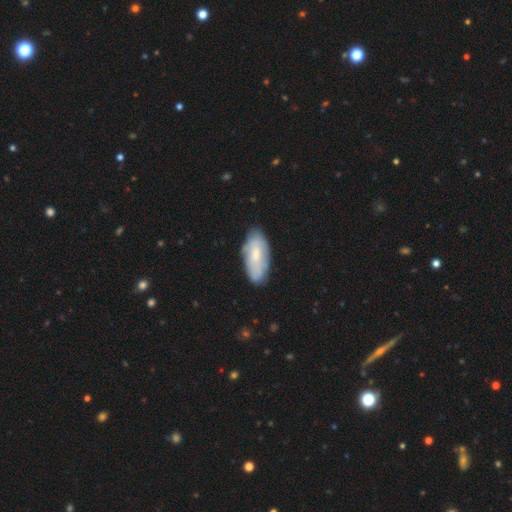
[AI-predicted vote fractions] A smooth galaxy with no disk features (59%) that is in between round and cigar-shaped (89%). Merging: none (75%).